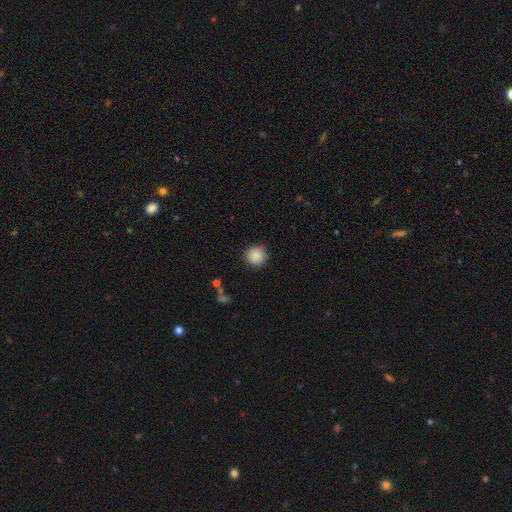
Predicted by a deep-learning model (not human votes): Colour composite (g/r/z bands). It shows a smooth galaxy with no disk features (88%) that is round (94%). Merging: none (89%).